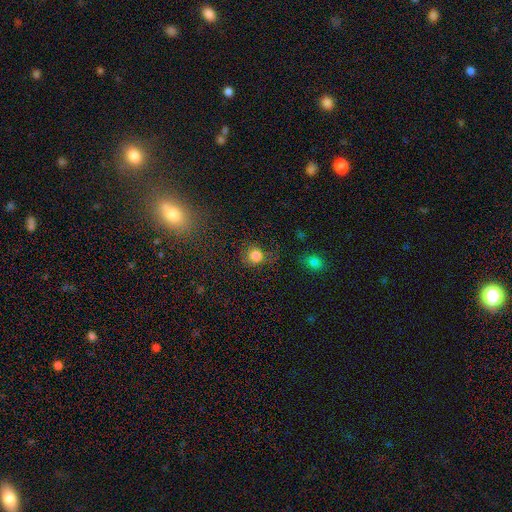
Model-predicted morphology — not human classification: Smooth or featured? smooth (83%)
How rounded? round (86%)
Merging? none (69%)